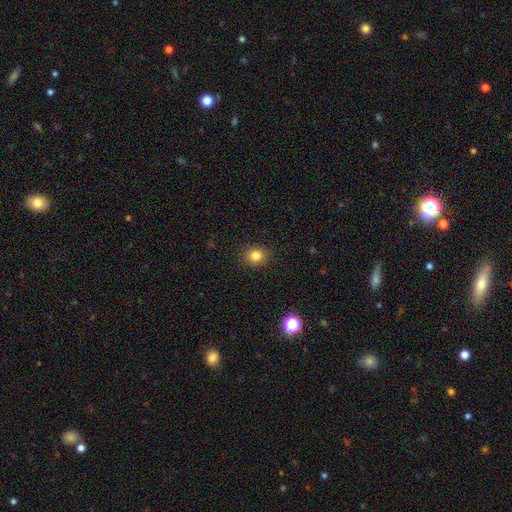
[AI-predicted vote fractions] This is clearly a smooth galaxy (83%). How rounded: likely round (76%). Merging: clearly none (90%).